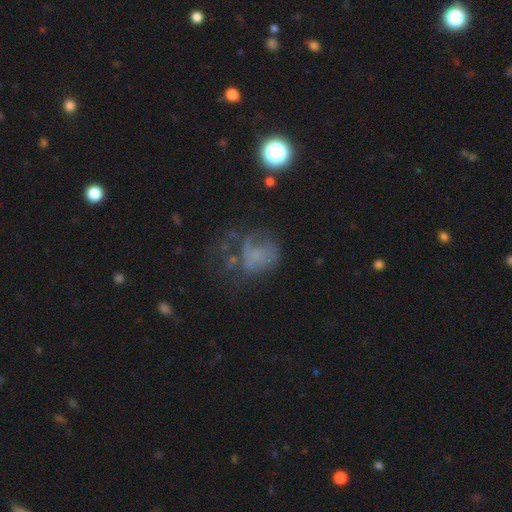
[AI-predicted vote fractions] The model was most divided on "smooth or featured": smooth: 41%, featured or disk: 40%, star or artifact: 19%. Remaining: merging — major disturbance (42%).